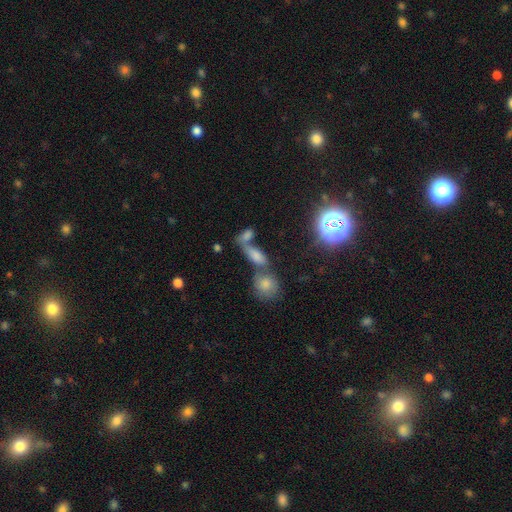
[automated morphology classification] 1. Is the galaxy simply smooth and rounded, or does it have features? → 57% smooth, 25% star or artifact, 18% featured or disk.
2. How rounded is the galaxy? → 58% in between, 24% cigar-shaped, 17% round.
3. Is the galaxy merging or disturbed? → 44% merger, 38% none, 11% minor disturbance, 8% major disturbance.